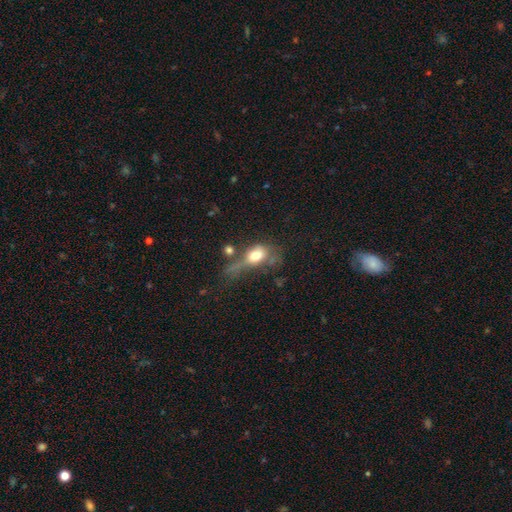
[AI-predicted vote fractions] This appears to be a smooth galaxy with no disk features (68%) that is in between round and cigar-shaped (70%). Merging: major disturbance (41%).